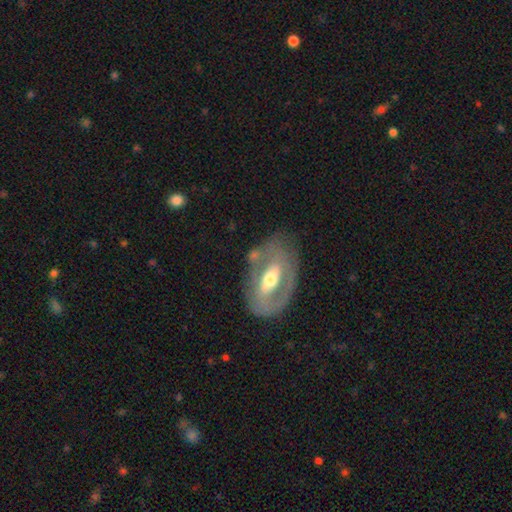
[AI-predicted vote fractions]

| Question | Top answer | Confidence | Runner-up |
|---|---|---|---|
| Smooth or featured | featured or disk | 71% | smooth (23%) |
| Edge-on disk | no | 91% | yes (9%) |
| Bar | strong | 36% | weak (34%) |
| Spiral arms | no | 59% | yes (41%) |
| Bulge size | moderate | 70% | small (17%) |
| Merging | none | 66% | minor disturbance (20%) |